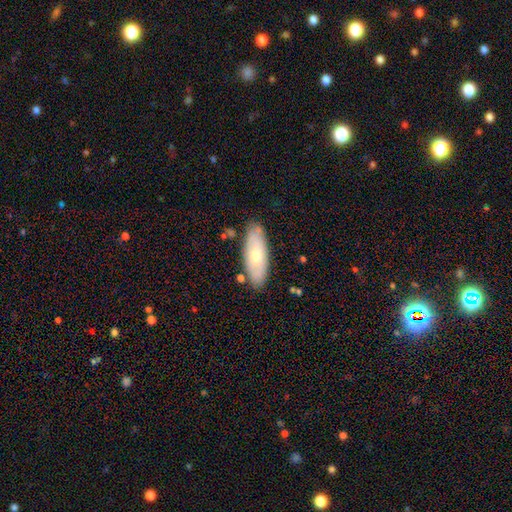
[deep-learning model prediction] This appears to be a smooth galaxy with no disk features (53%) that is in between round and cigar-shaped (73%). Merging: none (82%).